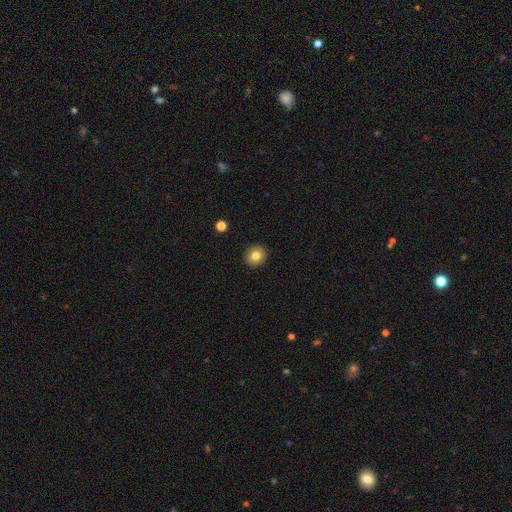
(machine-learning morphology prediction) This is clearly a smooth galaxy (80%). How rounded: clearly round (87%). Merging: clearly none (92%).